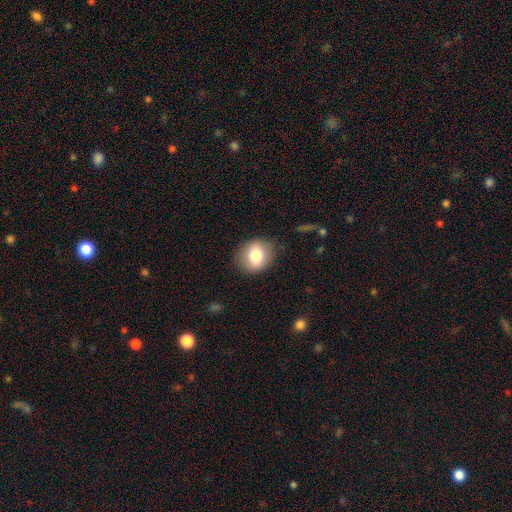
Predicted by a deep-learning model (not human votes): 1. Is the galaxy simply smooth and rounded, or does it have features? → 78% smooth, 13% featured or disk, 9% star or artifact.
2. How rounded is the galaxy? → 68% round, 31% in between, 1% cigar-shaped.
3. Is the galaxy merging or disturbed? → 84% none, 12% minor disturbance, 3% major disturbance, 1% merger.